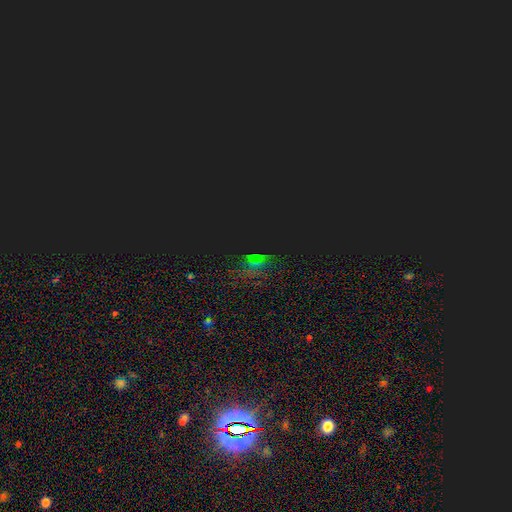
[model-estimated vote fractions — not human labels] Smooth or featured? star or artifact (76%)